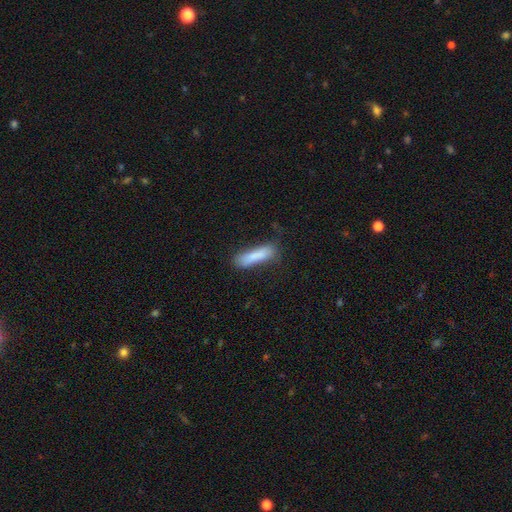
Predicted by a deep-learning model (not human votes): A smooth galaxy with no disk features (82%) that is cigar-shaped (76%).

Vote fractions:
- Smooth or featured? smooth: 82% / featured or disk: 11% / star or artifact: 7%
- How rounded? cigar-shaped: 76% / in between: 22% / round: 2%
- Merging? none: 70% / minor disturbance: 21% / major disturbance: 6% / merger: 3%